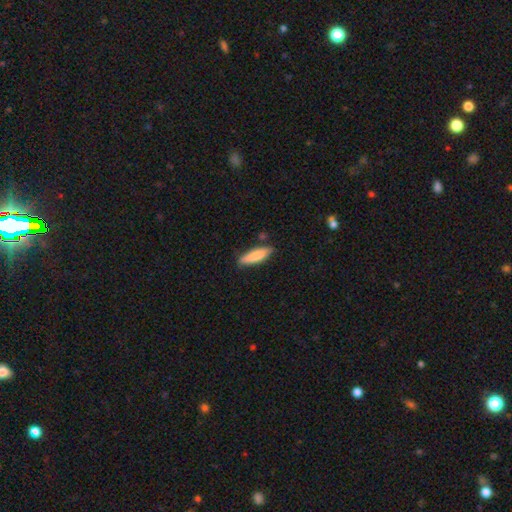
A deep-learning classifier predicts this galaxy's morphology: type=smooth (84%); roundness=cigar-shaped (60%); merging=none (80%).